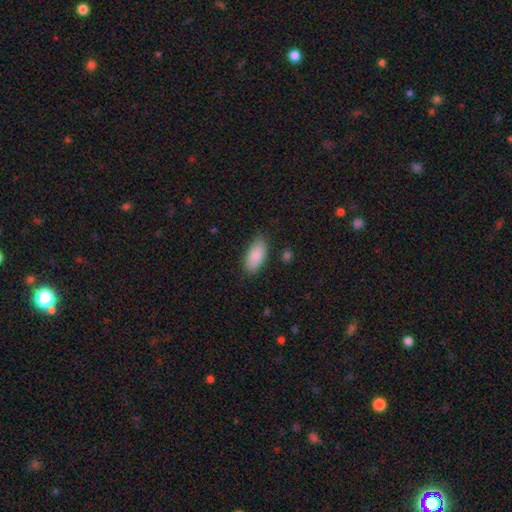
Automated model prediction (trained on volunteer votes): The model was most divided on "merging": none: 84%, minor disturbance: 12%, major disturbance: 3%, merger: 1%. More confident: how rounded — in between (89%); smooth or featured — smooth (87%).